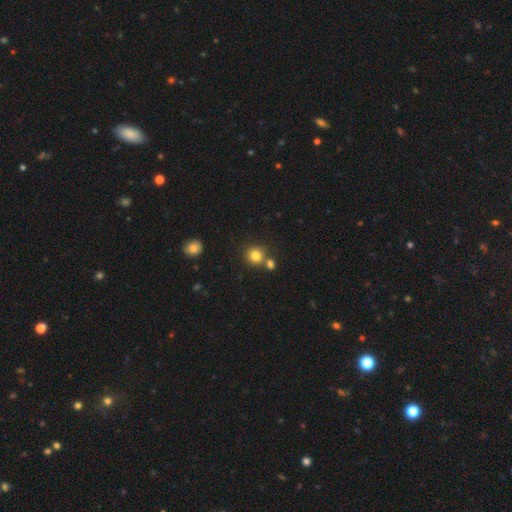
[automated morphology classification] Smooth or featured? smooth (82%)
How rounded? round (90%)
Merging? none (68%)